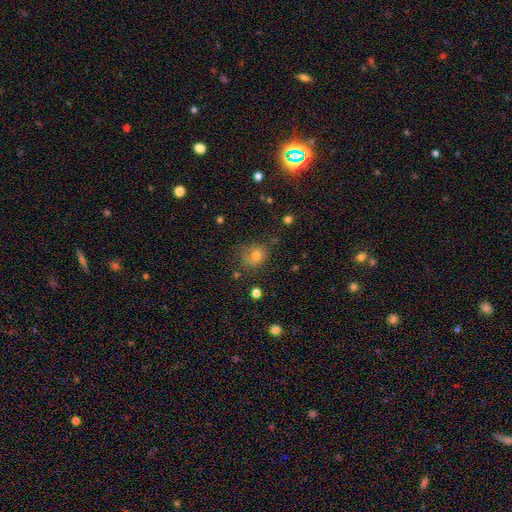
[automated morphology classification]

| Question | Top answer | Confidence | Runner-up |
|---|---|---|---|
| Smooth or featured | smooth | 72% | star or artifact (16%) |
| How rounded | round | 67% | in between (32%) |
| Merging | none | 58% | minor disturbance (26%) |